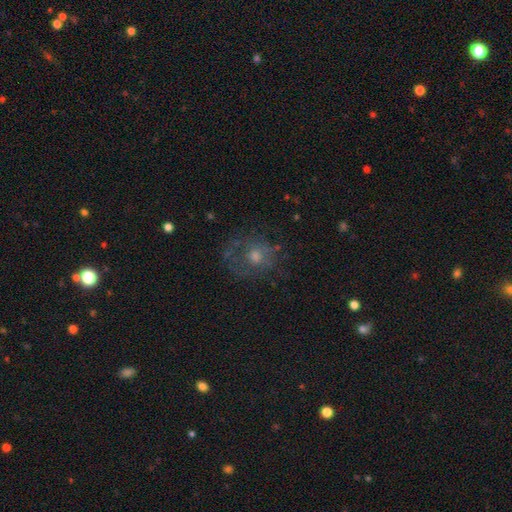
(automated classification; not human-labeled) This appears to be a featured or disk galaxy (43%). Merging: none (61%).